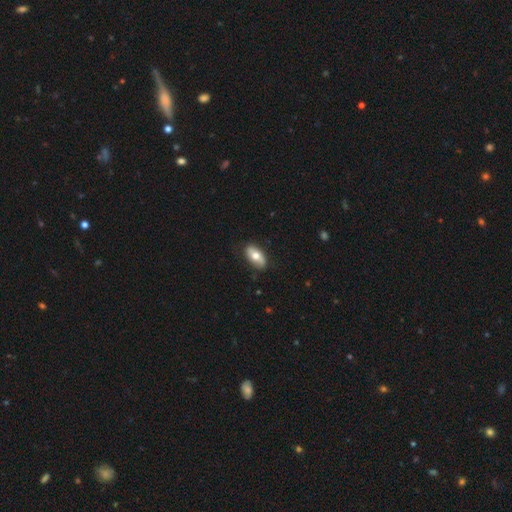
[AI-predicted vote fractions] smooth-or-featured: smooth: 65% | featured or disk: 29% | star or artifact: 6%
  how-rounded: in between: 91% | cigar-shaped: 5% | round: 4%
  merging: none: 82% | minor disturbance: 14% | major disturbance: 3% | merger: 1%